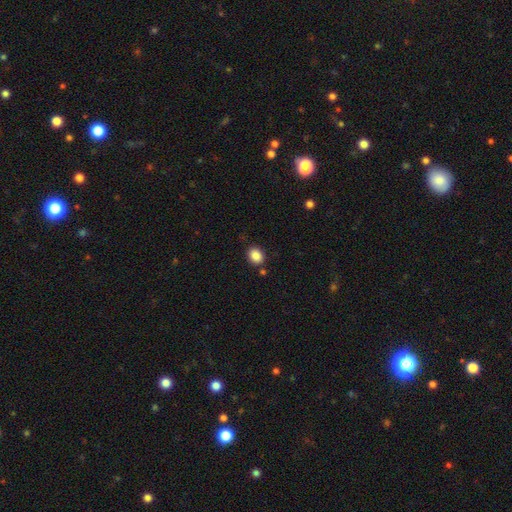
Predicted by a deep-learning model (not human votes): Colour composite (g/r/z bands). It shows a smooth galaxy with no disk features (87%) that is in between round and cigar-shaped (50%). Merging: none (83%).